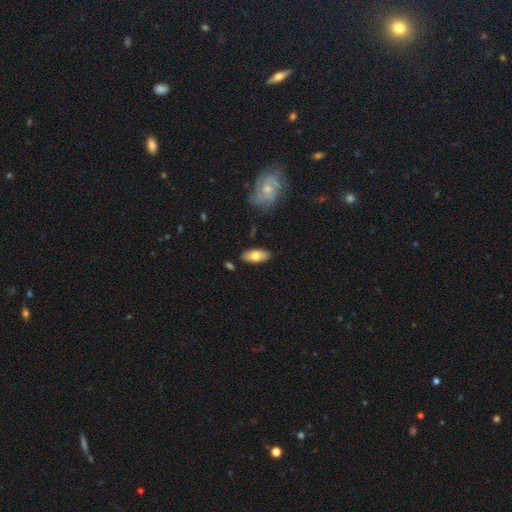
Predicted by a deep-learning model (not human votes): This is likely a smooth galaxy (70%). How rounded: clearly in between (86%). Merging: clearly none (84%).